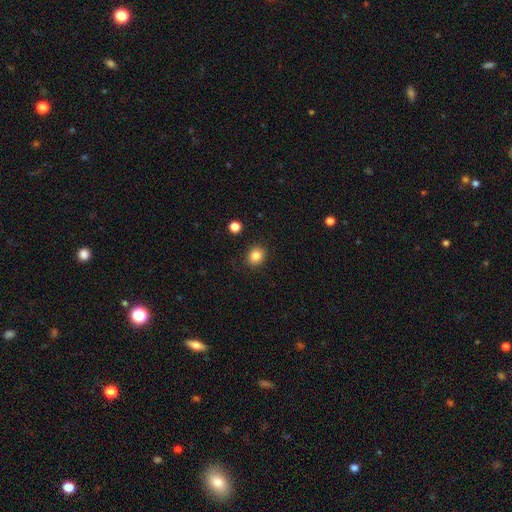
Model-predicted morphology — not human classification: smooth 84%, star or artifact 11%, featured or disk 5%. Down the decision tree: how rounded — round (71%); merging — none (89%).